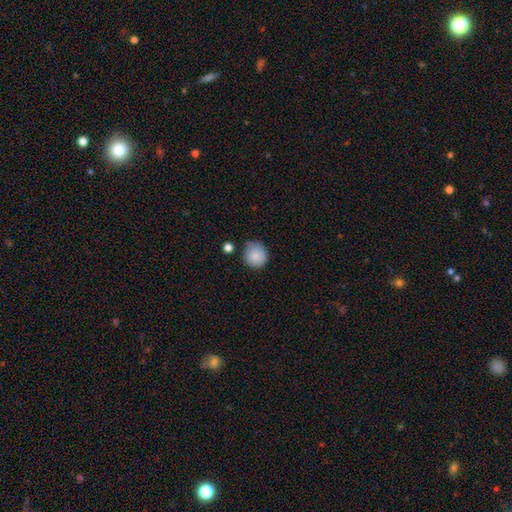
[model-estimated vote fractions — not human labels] This appears to be a smooth galaxy with no disk features (87%) that is round (89%). Merging: none (70%).